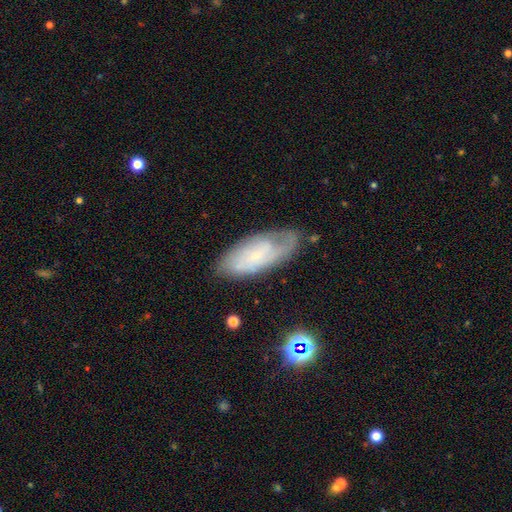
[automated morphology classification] This is likely a featured or disk galaxy (60%). It is clearly not viewed edge-on (89%). Bar: likely no (70%). Spiral arm pattern: clearly yes (81%). Central bulge: likely small (79%). Merging: likely none (65%).